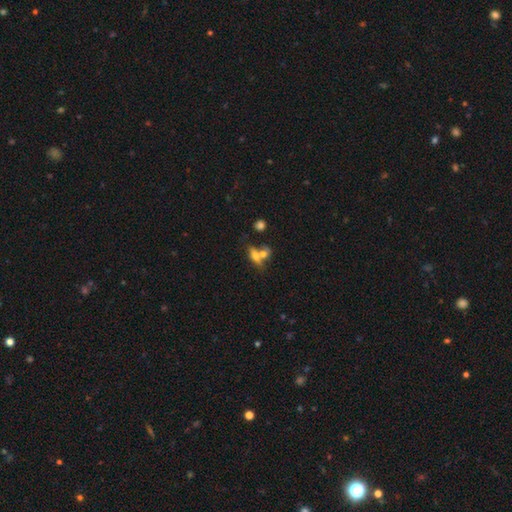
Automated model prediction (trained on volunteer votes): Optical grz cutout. It shows a smooth galaxy with no disk features (60%) that is in between round and cigar-shaped (60%). Merging: merger (47%).